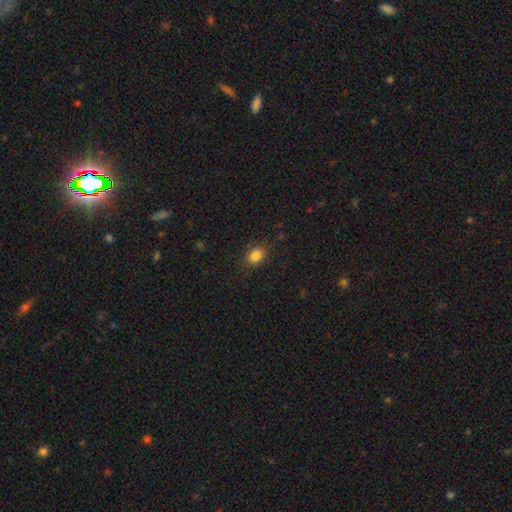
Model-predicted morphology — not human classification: smooth_or_featured: smooth (p=0.84) [alt: star or artifact p=0.11]
how_rounded: in between (p=0.63) [alt: round p=0.36]
merging: none (p=0.85) [alt: minor disturbance p=0.11]